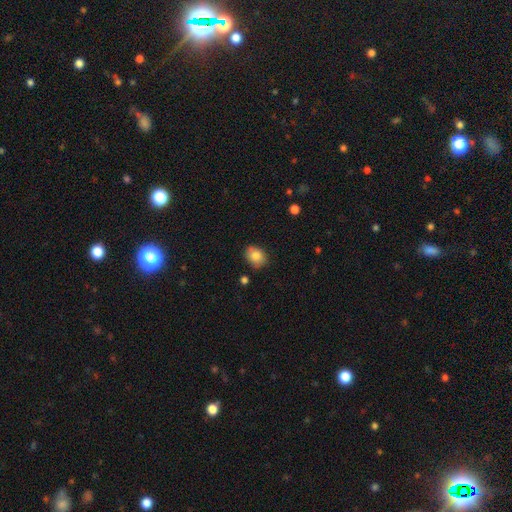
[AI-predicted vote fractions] Smooth or featured? smooth (81%)
How rounded? in between (51%)
Merging? none (79%)